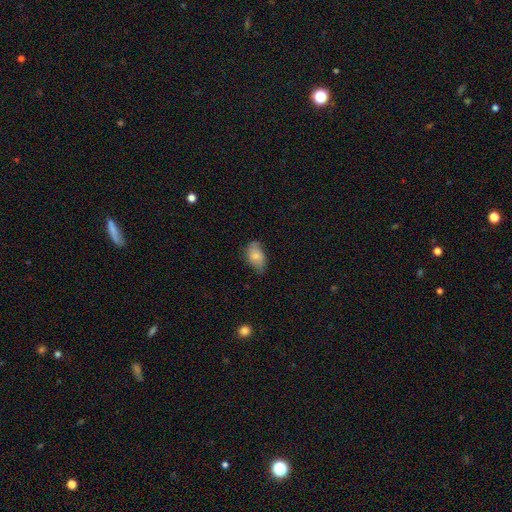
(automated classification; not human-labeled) Smooth or featured? Predicted: smooth (p=0.72). How rounded? Predicted: in between (p=0.91). Merging? Predicted: none (p=0.60).